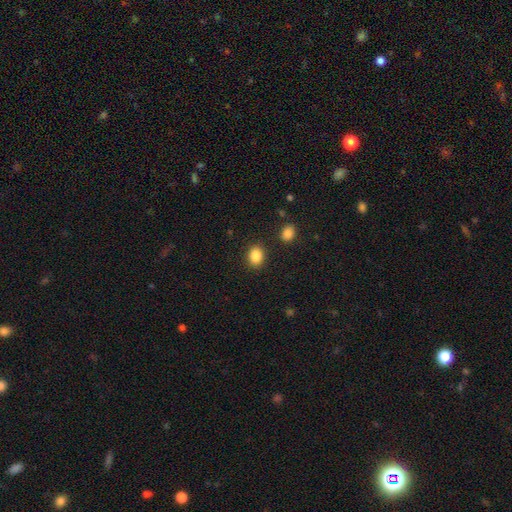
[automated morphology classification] Q: Smooth or featured?
A: smooth (86%); runner-up: star or artifact (9%)
Q: How rounded?
A: in between (51%); runner-up: round (48%)
Q: Merging?
A: none (87%); runner-up: minor disturbance (8%)